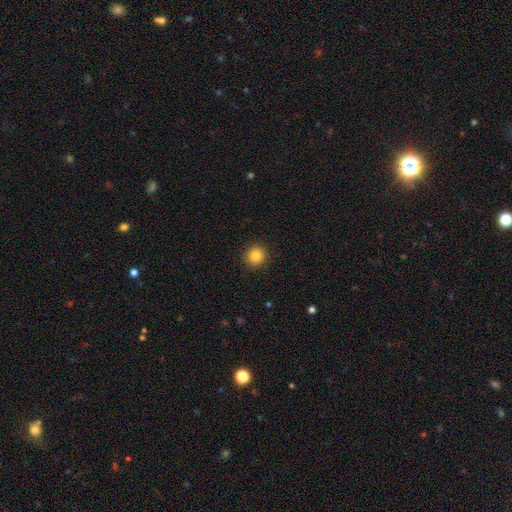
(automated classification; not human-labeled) smooth 84%, star or artifact 11%, featured or disk 5%. Down the decision tree: how rounded — round (92%); merging — none (91%).